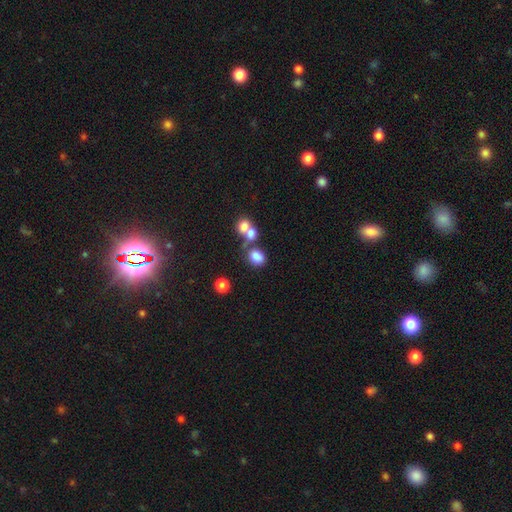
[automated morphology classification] Smooth or featured?
  - smooth: 79% *
  - star or artifact: 12%
  - featured or disk: 9%
How rounded?
  - in between: 61% *
  - round: 38%
  - cigar-shaped: 1%
Merging?
  - none: 47% *
  - merger: 36%
  - minor disturbance: 11%
  - major disturbance: 6%